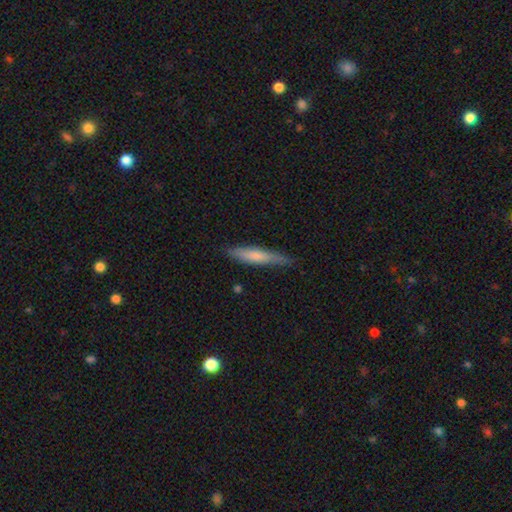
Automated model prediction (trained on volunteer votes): Smooth or featured? Predicted: smooth (p=0.67). How rounded? Predicted: cigar-shaped (p=0.89). Merging? Predicted: none (p=0.80).